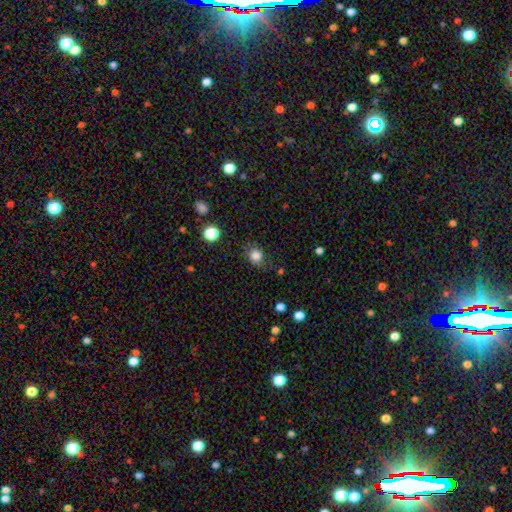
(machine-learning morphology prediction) Smooth or featured? smooth (83%)
How rounded? round (67%)
Merging? none (75%)